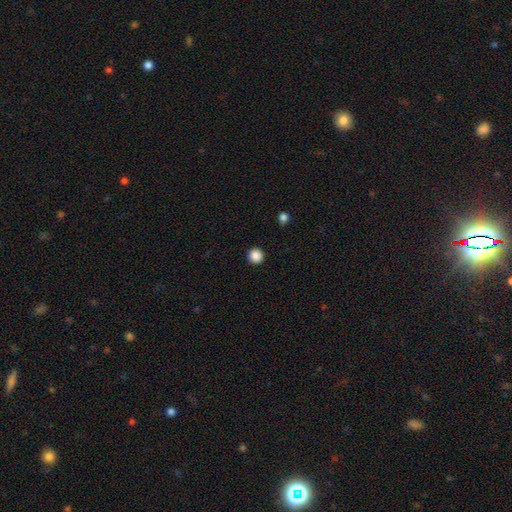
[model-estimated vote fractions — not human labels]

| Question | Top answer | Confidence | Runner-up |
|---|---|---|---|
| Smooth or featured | smooth | 88% | star or artifact (10%) |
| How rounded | round | 96% | in between (3%) |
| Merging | none | 93% | minor disturbance (4%) |